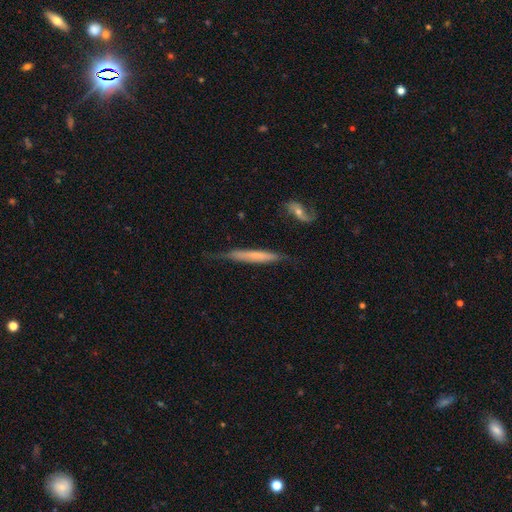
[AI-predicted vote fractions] smooth_or_featured: smooth (p=0.49) [alt: featured or disk p=0.44]
merging: none (p=0.64) [alt: minor disturbance p=0.25]